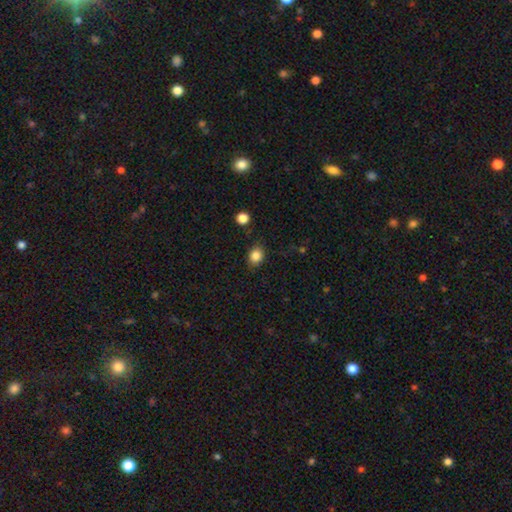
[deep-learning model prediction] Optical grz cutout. It shows a smooth galaxy with no disk features (85%) that is round (54%). Merging: none (81%).